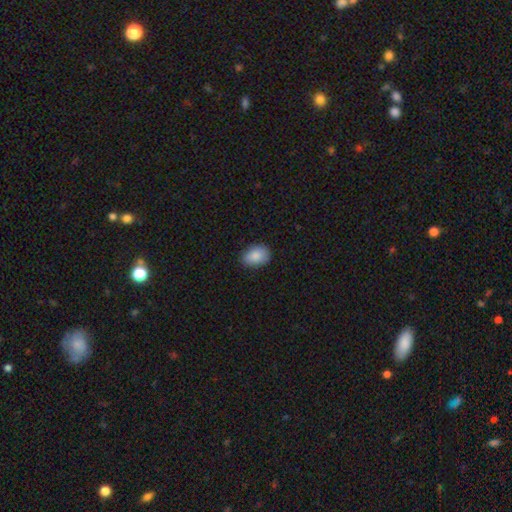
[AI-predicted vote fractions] Smooth or featured? smooth (87%)
How rounded? in between (80%)
Merging? none (82%)